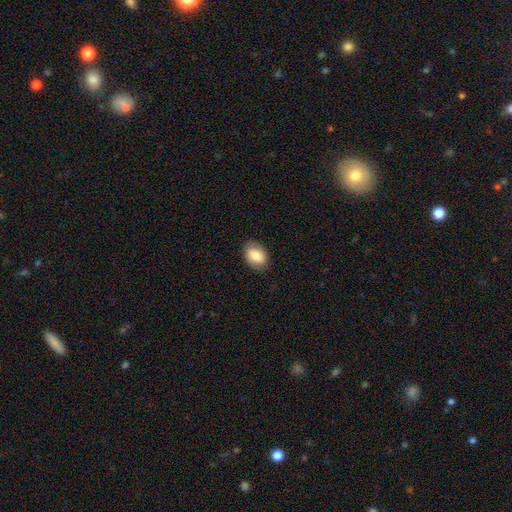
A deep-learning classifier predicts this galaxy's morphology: Smooth or featured? smooth (77%)
How rounded? in between (84%)
Merging? none (84%)